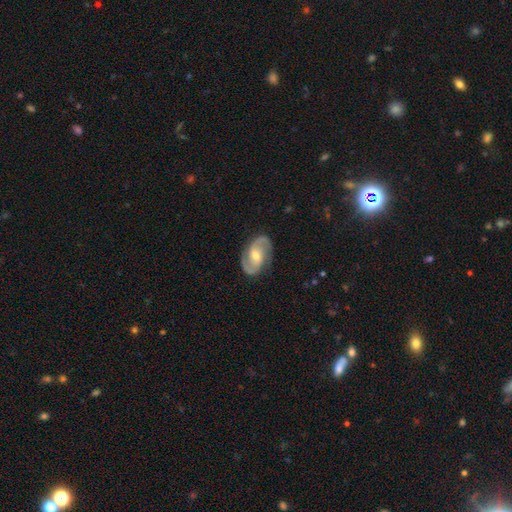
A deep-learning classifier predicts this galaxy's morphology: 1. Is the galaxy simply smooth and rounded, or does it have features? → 89% featured or disk, 7% smooth, 4% star or artifact.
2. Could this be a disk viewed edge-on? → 97% no, 3% yes.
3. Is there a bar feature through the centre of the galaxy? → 44% no, 42% weak, 14% strong.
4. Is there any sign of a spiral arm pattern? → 97% yes, 3% no.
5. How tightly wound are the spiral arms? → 54% medium, 30% tight, 16% loose.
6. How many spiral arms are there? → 93% 2, 3% can't tell, 1% 3, 1% 1, 1% 4, 1% more than 4.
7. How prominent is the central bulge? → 60% moderate, 35% small, 3% large, 1% none, 1% dominant.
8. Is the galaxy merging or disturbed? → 84% none, 11% minor disturbance, 3% major disturbance, 1% merger.